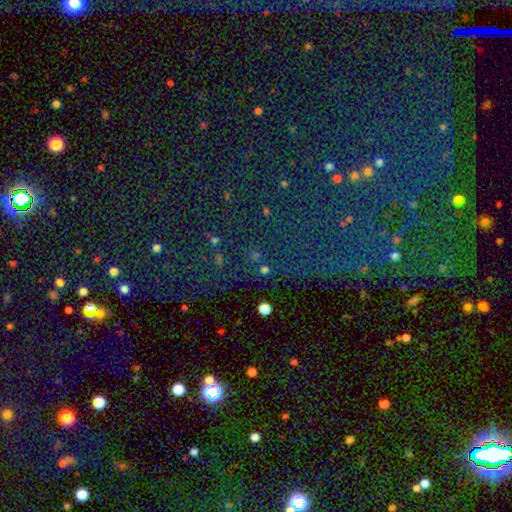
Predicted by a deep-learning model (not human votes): Morphology: type=star or artifact (71%).